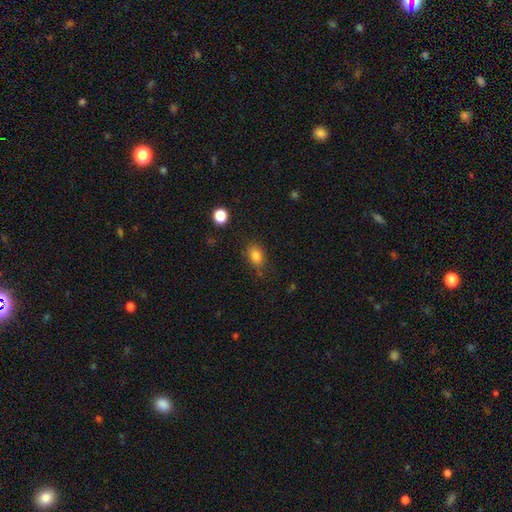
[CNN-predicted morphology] Smooth or featured?
  - smooth: 83% *
  - star or artifact: 11%
  - featured or disk: 6%
How rounded?
  - in between: 76% *
  - round: 22%
  - cigar-shaped: 2%
Merging?
  - none: 76% *
  - minor disturbance: 16%
  - major disturbance: 5%
  - merger: 3%